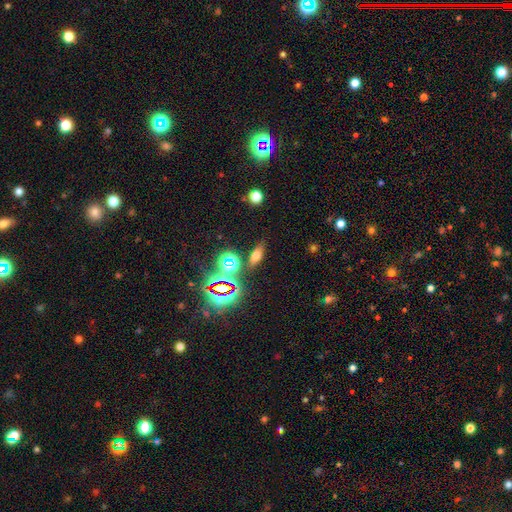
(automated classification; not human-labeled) smooth 60%, star or artifact 27%, featured or disk 13%. Down the decision tree: how rounded — in between (67%); merging — none (80%).